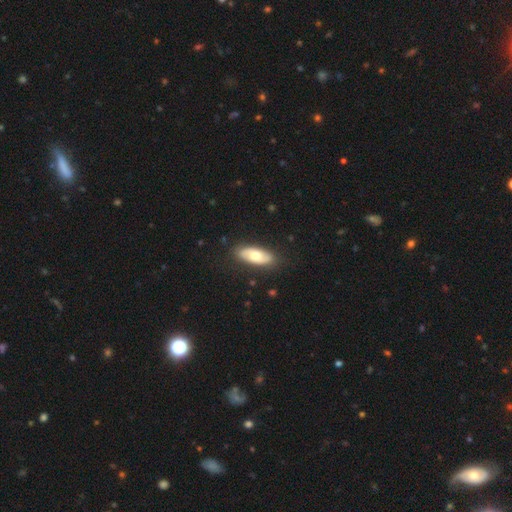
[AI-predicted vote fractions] smooth-or-featured: smooth: 56% | featured or disk: 39% | star or artifact: 5%
  how-rounded: in between: 83% | cigar-shaped: 14% | round: 3%
  merging: none: 85% | minor disturbance: 11% | major disturbance: 3% | merger: 1%